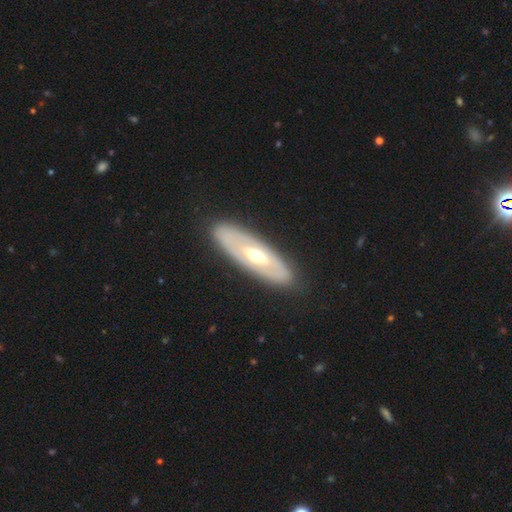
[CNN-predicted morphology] Smooth or featured? featured or disk (67%)
Edge-on disk? no (74%)
Merging? none (87%)